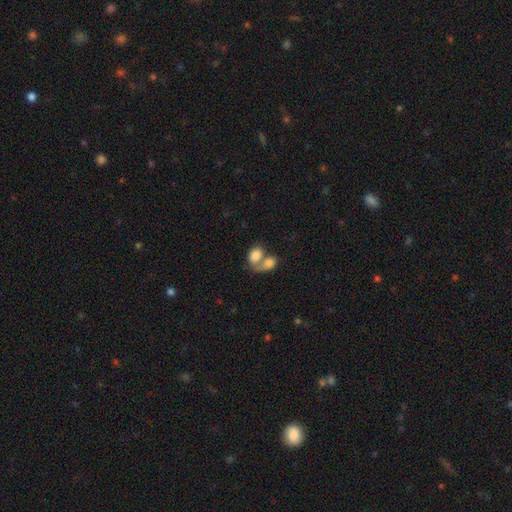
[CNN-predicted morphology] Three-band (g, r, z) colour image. It shows a smooth galaxy with no disk features (74%) that is in between round and cigar-shaped (75%). Merging: merger (74%).